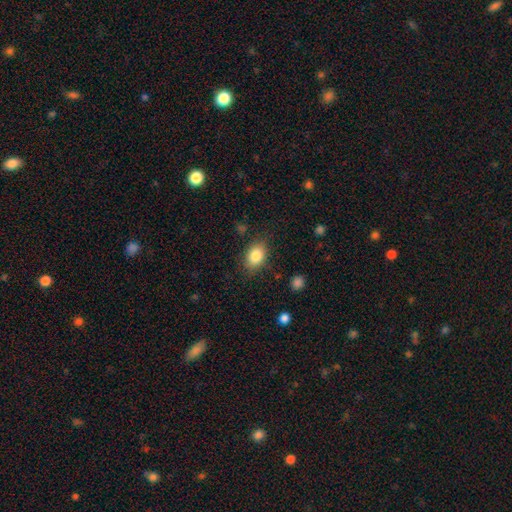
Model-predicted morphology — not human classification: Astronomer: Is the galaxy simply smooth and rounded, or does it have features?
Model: smooth — 84%.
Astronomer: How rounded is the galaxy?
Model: in between — 81%.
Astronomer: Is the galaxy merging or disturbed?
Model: none — 81%.